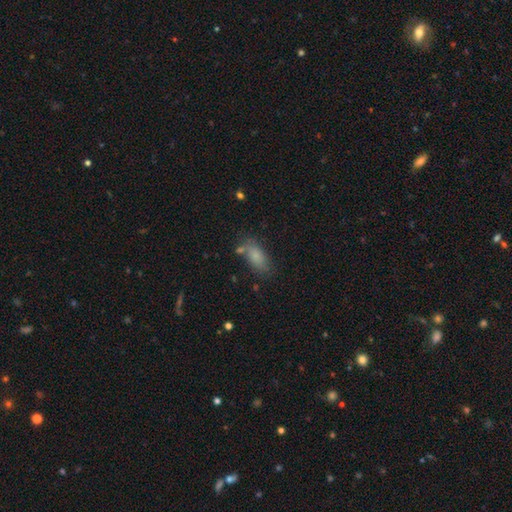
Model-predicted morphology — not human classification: smooth_or_featured: smooth (p=0.78) [alt: featured or disk p=0.12]
how_rounded: in between (p=0.83) [alt: cigar-shaped p=0.13]
merging: none (p=0.64) [alt: minor disturbance p=0.18]